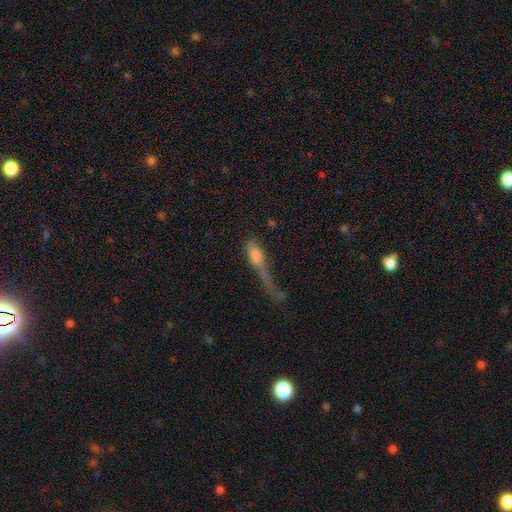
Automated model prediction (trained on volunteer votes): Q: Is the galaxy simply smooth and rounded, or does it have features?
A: smooth — 56%.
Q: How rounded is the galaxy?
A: in between — 49%.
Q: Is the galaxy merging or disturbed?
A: major disturbance — 45%.